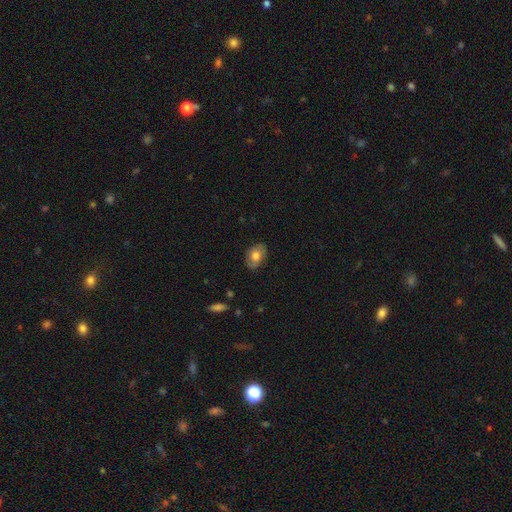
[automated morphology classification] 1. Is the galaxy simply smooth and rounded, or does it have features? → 66% smooth, 26% featured or disk, 8% star or artifact.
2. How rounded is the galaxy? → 83% in between, 16% round, 1% cigar-shaped.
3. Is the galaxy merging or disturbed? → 80% none, 15% minor disturbance, 3% major disturbance, 1% merger.